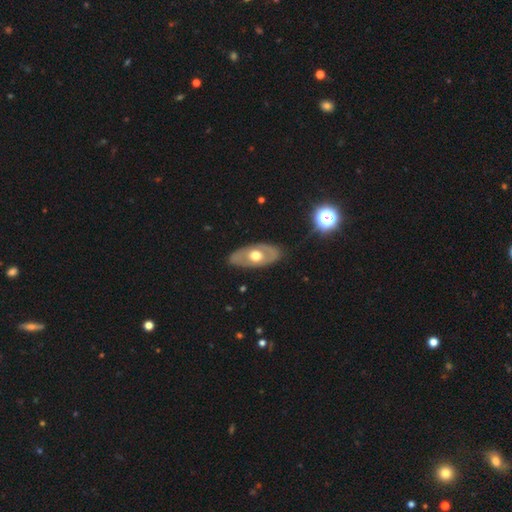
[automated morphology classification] featured or disk 56%, smooth 39%, star or artifact 5%. Down the decision tree: edge-on disk — no (82%); merging — none (81%).